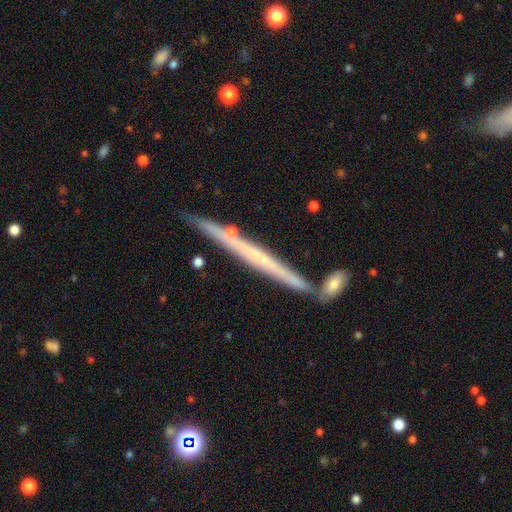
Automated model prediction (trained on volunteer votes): Smooth or featured: featured or disk — 61% (smooth — 32%)
Edge-on disk: yes — 95% (no — 5%)
Edge-on bulge: none — 83% (rounded — 12%)
Merging: none — 78% (minor disturbance — 11%)